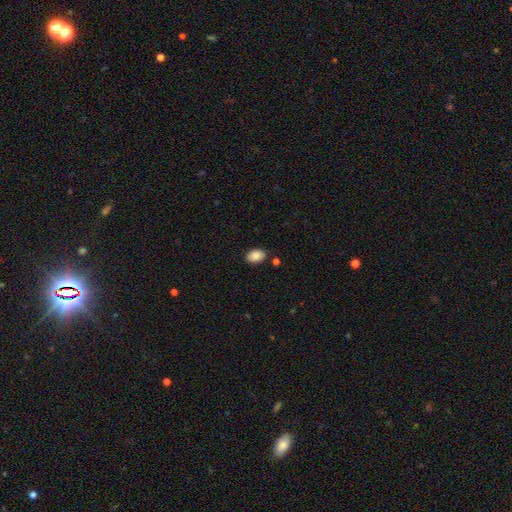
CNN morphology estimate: This appears to be a smooth galaxy with no disk features (86%) that is in between round and cigar-shaped (87%). Merging: none (83%).